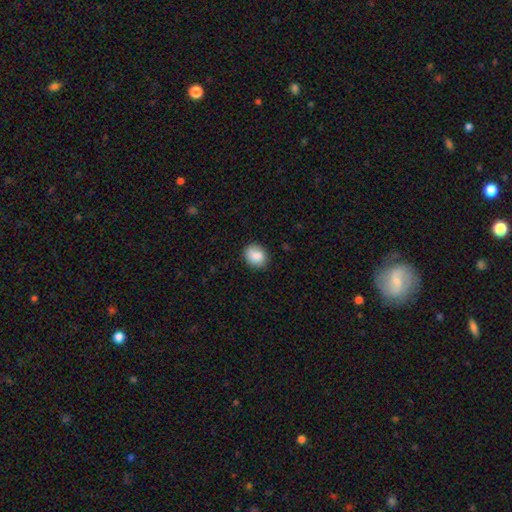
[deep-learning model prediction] This is clearly a smooth galaxy (87%). How rounded: possibly round (56%). Merging: clearly none (83%).